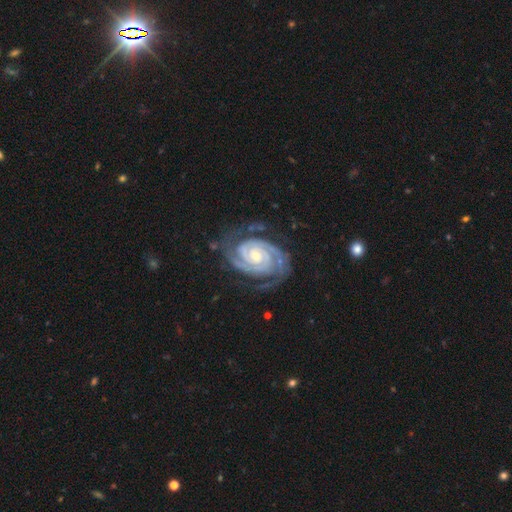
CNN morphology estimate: Smooth or featured? Predicted: featured or disk (p=0.94). Edge-on disk? Predicted: no (p=0.98). Bar? Predicted: no (p=0.61). Spiral arms? Predicted: yes (p=0.99). Spiral winding? Predicted: tight (p=0.79). Spiral arm count? Predicted: 2 (p=0.77). Bulge size? Predicted: small (p=0.61). Merging? Predicted: none (p=0.74).